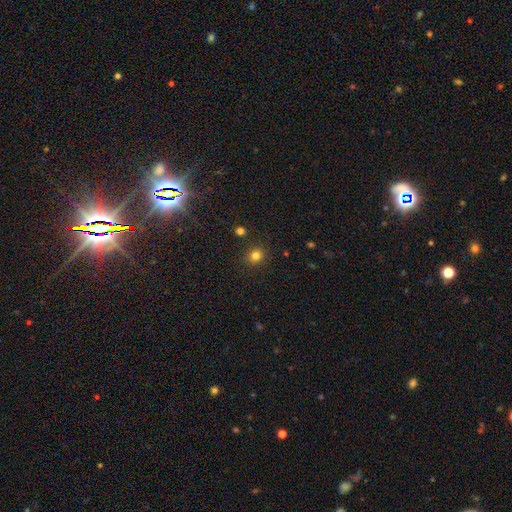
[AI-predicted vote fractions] Smooth or featured? Predicted: smooth (p=0.81). How rounded? Predicted: round (p=0.78). Merging? Predicted: none (p=0.88).